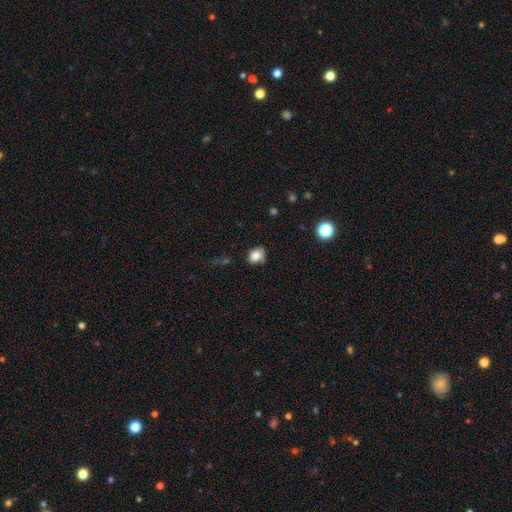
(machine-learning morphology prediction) This appears to be a smooth galaxy with no disk features (80%) that is in between round and cigar-shaped (50%). Merging: none (57%).